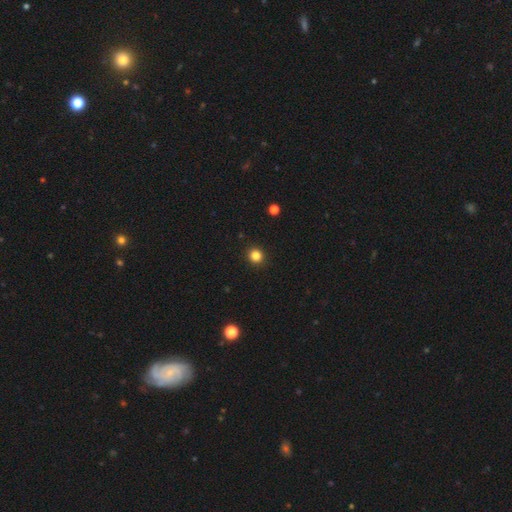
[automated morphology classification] smooth_or_featured: smooth (p=0.84) [alt: star or artifact p=0.12]
how_rounded: round (p=0.91) [alt: in between p=0.08]
merging: none (p=0.93) [alt: minor disturbance p=0.04]